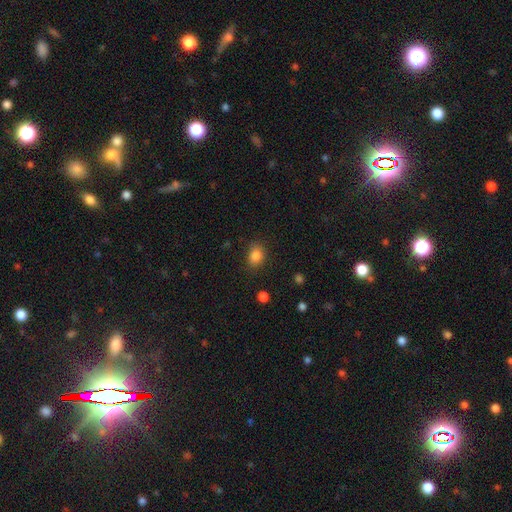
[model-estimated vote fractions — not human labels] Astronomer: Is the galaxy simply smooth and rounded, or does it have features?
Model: smooth — 85%.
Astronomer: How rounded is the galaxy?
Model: in between — 63%.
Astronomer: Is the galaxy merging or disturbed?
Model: none — 82%.